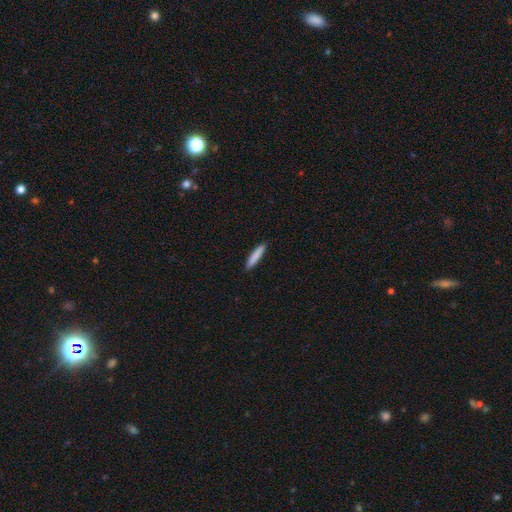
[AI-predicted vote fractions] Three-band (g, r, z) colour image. It shows a smooth galaxy with no disk features (86%) that is cigar-shaped (89%). Merging: none (91%).